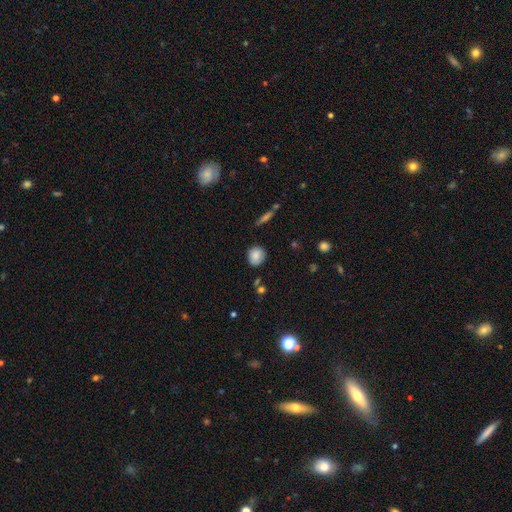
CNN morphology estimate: Overall: smooth (83%). How rounded: round (79%). Merging: none (81%).